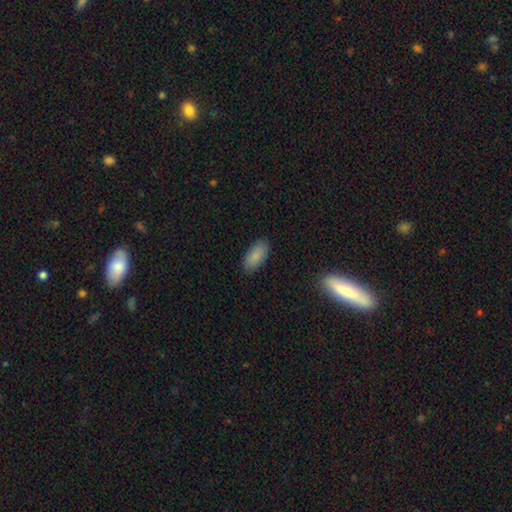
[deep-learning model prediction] Smooth or featured?
  - smooth: 88% *
  - star or artifact: 7%
  - featured or disk: 6%
How rounded?
  - in between: 92% *
  - cigar-shaped: 5%
  - round: 2%
Merging?
  - none: 87% *
  - minor disturbance: 9%
  - major disturbance: 2%
  - merger: 1%